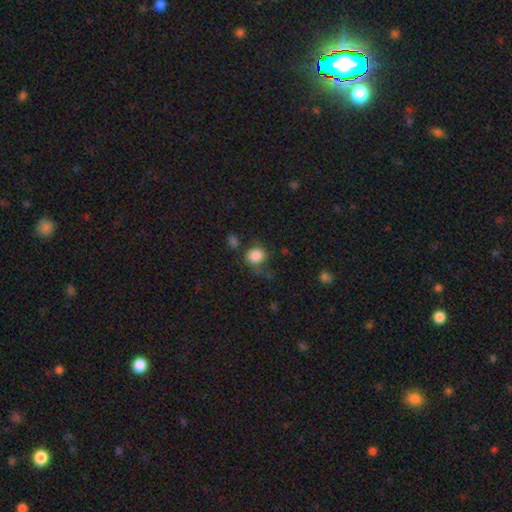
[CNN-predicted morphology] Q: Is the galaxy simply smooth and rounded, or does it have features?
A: smooth — 84%.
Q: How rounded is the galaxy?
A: round — 76%.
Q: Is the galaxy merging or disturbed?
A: none — 61%.